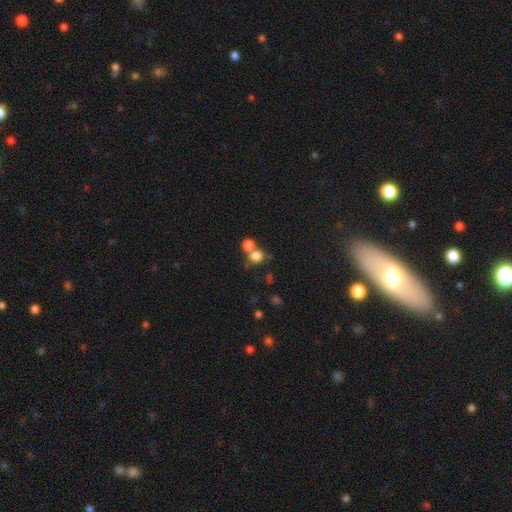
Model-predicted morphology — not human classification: Q: Smooth or featured?
A: smooth (78%); runner-up: star or artifact (13%)
Q: How rounded?
A: round (74%); runner-up: in between (25%)
Q: Merging?
A: none (44%); runner-up: merger (43%)